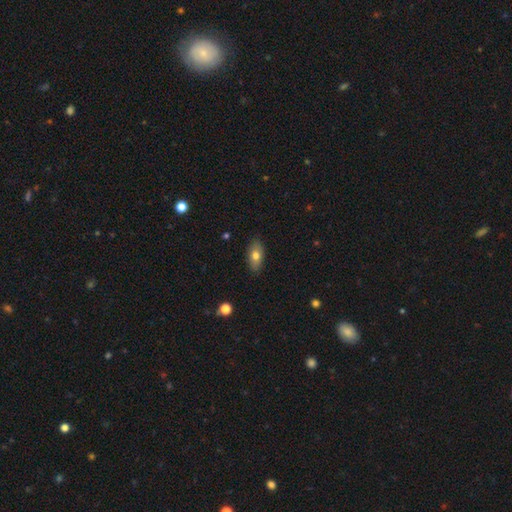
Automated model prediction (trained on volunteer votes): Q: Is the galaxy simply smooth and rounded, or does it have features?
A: smooth — 73%.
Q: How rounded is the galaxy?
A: in between — 88%.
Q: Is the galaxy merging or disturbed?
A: none — 86%.